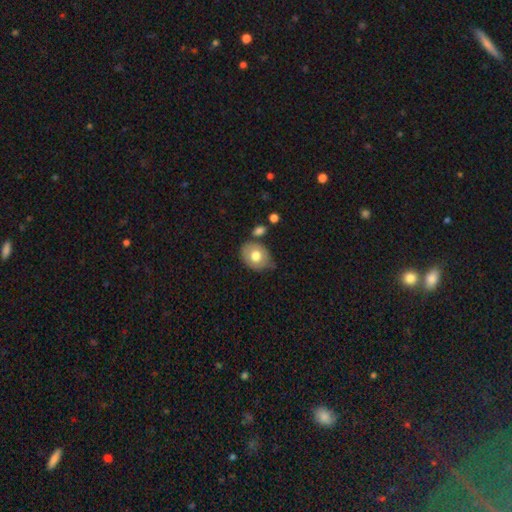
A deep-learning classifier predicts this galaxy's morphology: This is likely a smooth galaxy (71%). How rounded: possibly in between (54%). Merging: likely none (63%).